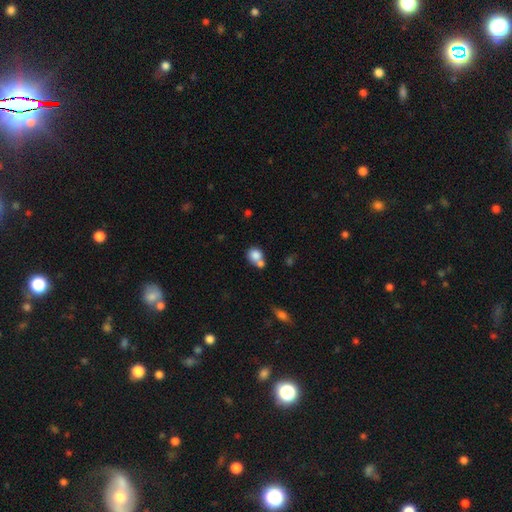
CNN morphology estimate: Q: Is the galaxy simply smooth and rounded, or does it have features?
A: smooth — 81%.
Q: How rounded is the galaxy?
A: round — 69%.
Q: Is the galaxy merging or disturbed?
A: merger — 45%.